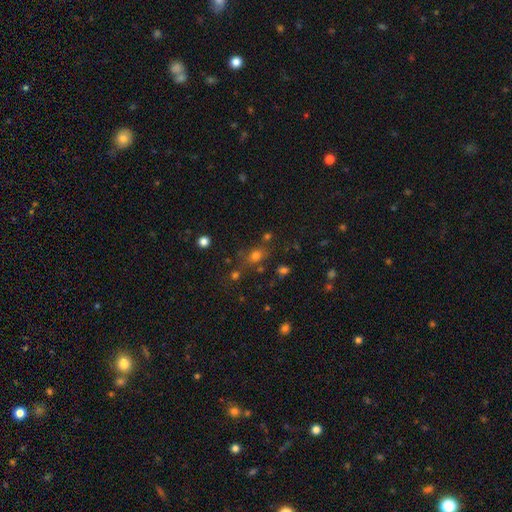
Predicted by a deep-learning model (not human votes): The model was most divided on "how rounded": round: 49%, in between: 48%, cigar-shaped: 3%. More confident: smooth or featured — smooth (71%); merging — none (65%).